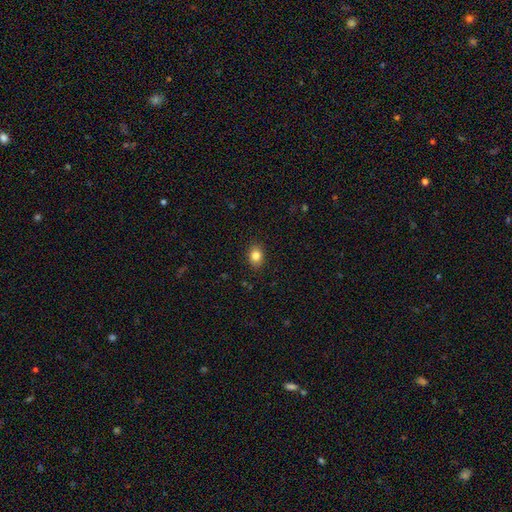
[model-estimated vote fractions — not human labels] Smooth or featured: smooth — 83% (star or artifact — 10%)
How rounded: in between — 65% (round — 34%)
Merging: none — 89% (minor disturbance — 8%)